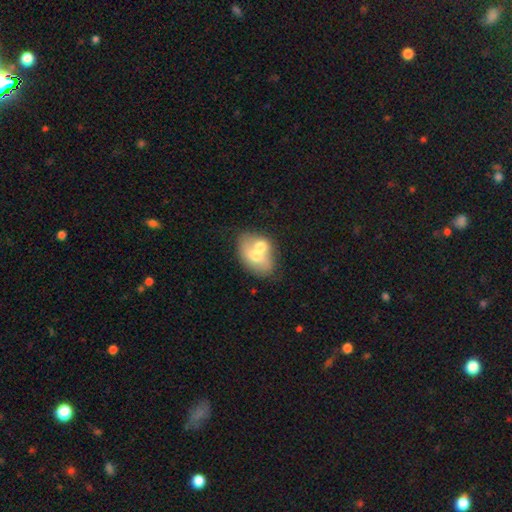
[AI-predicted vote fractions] Smooth or featured? Predicted: smooth (p=0.54). How rounded? Predicted: in between (p=0.79). Merging? Predicted: merger (p=0.56).